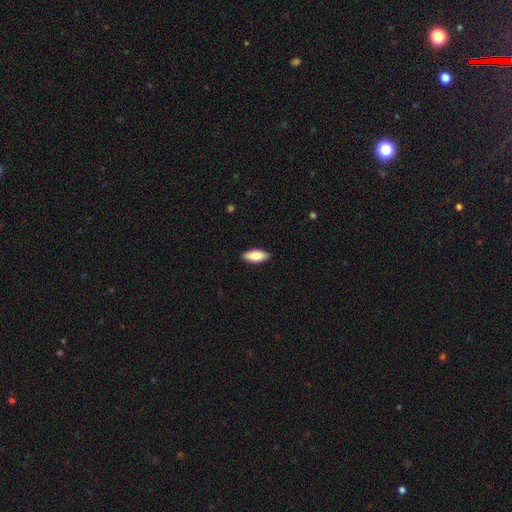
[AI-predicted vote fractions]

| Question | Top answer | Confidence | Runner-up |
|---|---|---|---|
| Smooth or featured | smooth | 85% | featured or disk (10%) |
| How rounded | in between | 83% | cigar-shaped (15%) |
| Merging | none | 89% | minor disturbance (8%) |